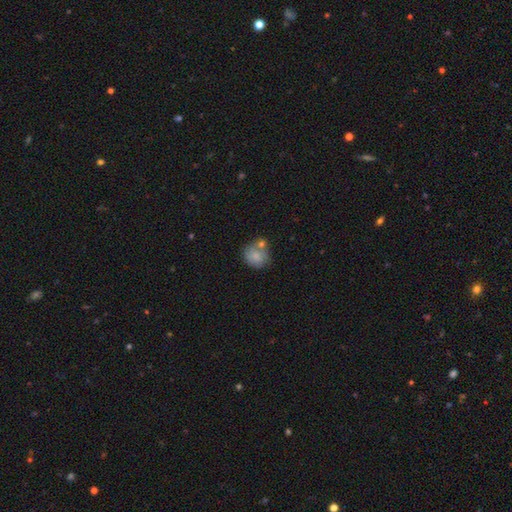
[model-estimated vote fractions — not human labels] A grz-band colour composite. It shows a smooth galaxy with no disk features (71%) that is round (77%). Merging: none (49%).